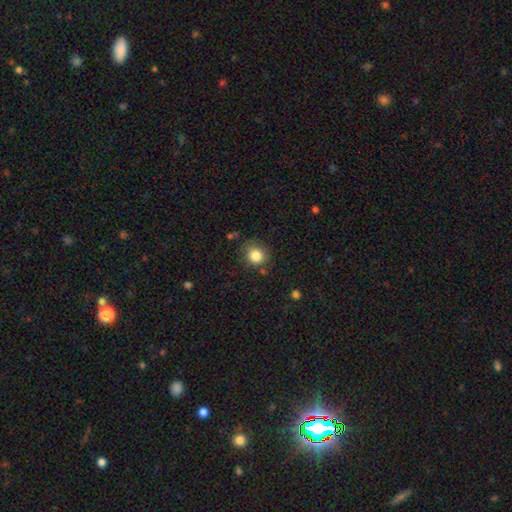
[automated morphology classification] smooth 84%, star or artifact 10%, featured or disk 6%. Down the decision tree: how rounded — round (85%); merging — none (76%).